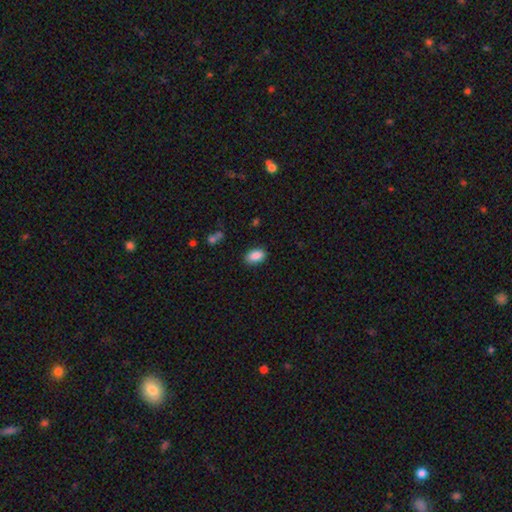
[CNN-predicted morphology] Q: Smooth or featured?
A: smooth (88%); runner-up: star or artifact (8%)
Q: How rounded?
A: in between (90%); runner-up: round (8%)
Q: Merging?
A: none (84%); runner-up: minor disturbance (12%)